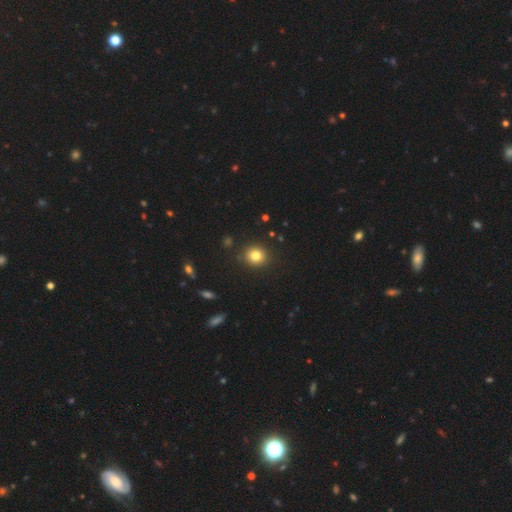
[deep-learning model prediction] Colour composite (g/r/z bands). It shows a smooth galaxy with no disk features (81%) that is round (87%). Merging: none (90%).